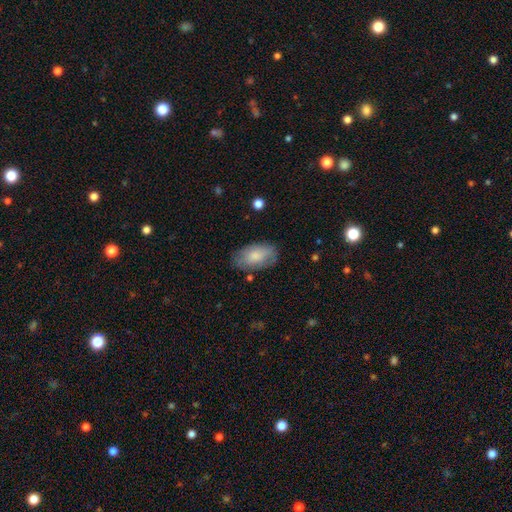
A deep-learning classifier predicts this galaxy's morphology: Smooth or featured? smooth (77%)
How rounded? in between (94%)
Merging? none (74%)